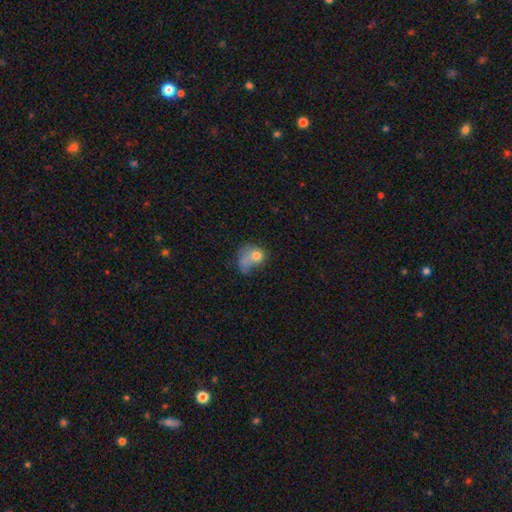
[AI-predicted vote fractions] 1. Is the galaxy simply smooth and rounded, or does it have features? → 66% smooth, 21% featured or disk, 13% star or artifact.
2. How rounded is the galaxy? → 57% round, 42% in between, 1% cigar-shaped.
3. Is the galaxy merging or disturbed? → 31% merger, 26% none, 25% major disturbance, 18% minor disturbance.